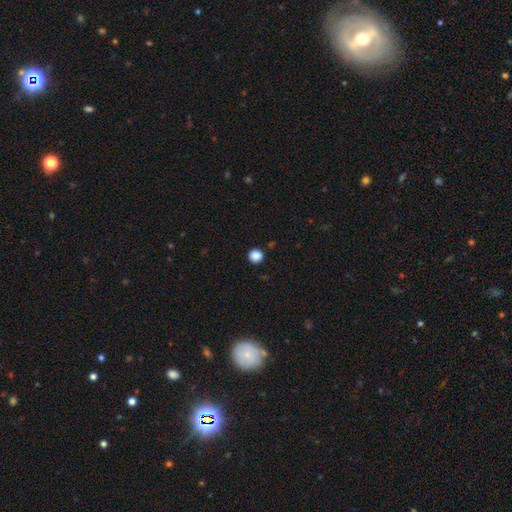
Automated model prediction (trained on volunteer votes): smooth 88%, star or artifact 10%, featured or disk 2%. Down the decision tree: how rounded — round (94%); merging — none (91%).